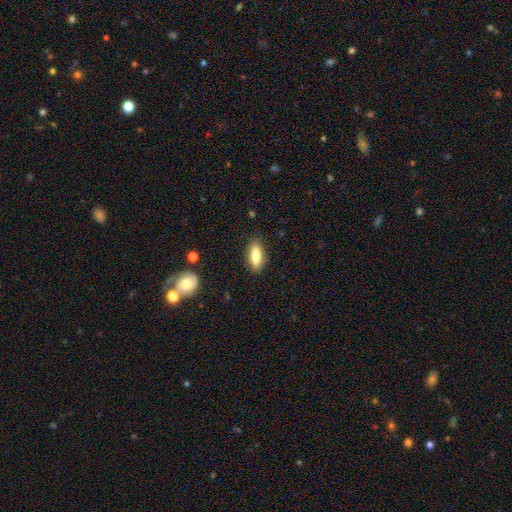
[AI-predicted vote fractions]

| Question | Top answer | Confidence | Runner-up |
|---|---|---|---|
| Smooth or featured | smooth | 81% | featured or disk (12%) |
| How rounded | in between | 72% | cigar-shaped (26%) |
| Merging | none | 86% | minor disturbance (10%) |